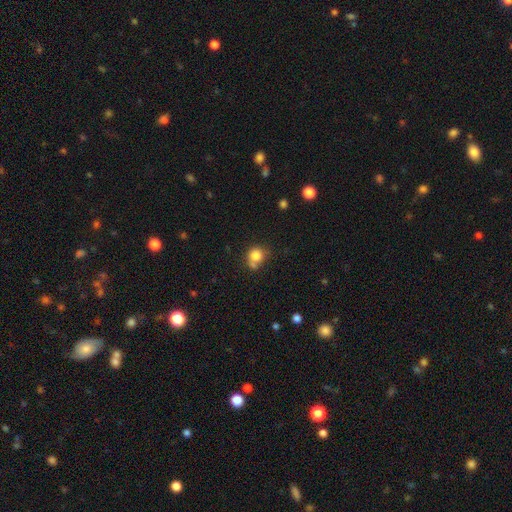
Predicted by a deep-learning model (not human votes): smooth 81%, star or artifact 11%, featured or disk 8%. Down the decision tree: how rounded — round (80%); merging — none (51%).